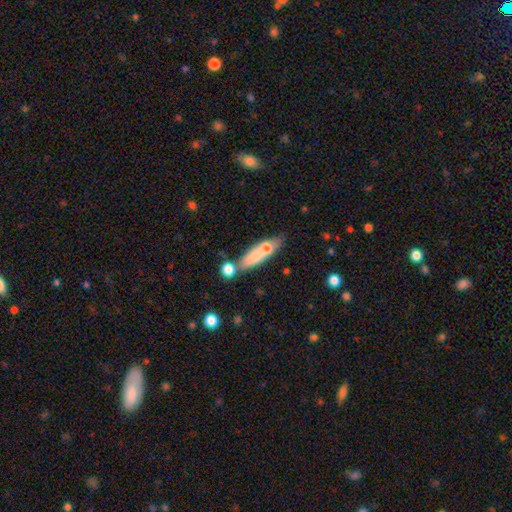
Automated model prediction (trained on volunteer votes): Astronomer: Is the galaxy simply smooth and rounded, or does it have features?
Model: smooth — 66%.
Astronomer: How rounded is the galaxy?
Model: cigar-shaped — 54% (runner-up: in between, 42%).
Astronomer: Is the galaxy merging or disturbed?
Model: none — 47% (runner-up: merger, 32%).